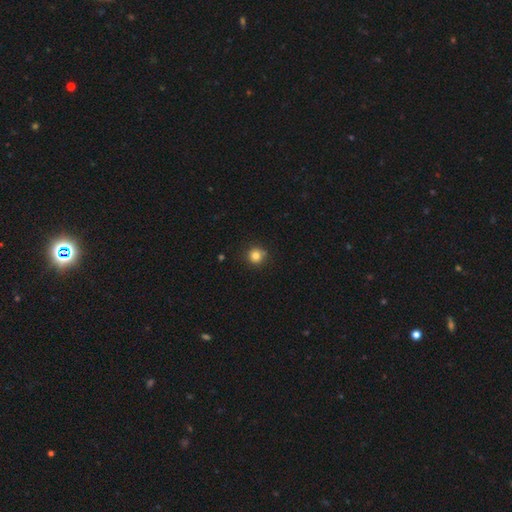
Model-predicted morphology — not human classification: This appears to be a smooth galaxy with no disk features (83%) that is round (93%). Merging: none (85%).